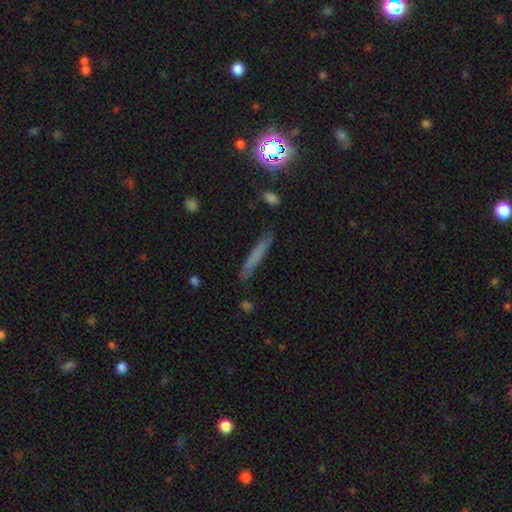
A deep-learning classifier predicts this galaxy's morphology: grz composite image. It shows a smooth galaxy with no disk features (62%) that is cigar-shaped (94%). Merging: none (84%).